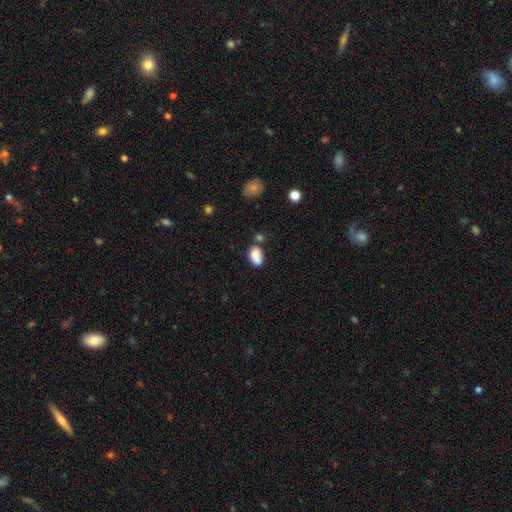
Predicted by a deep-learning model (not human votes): Smooth or featured? smooth (79%)
How rounded? in between (86%)
Merging? none (44%)